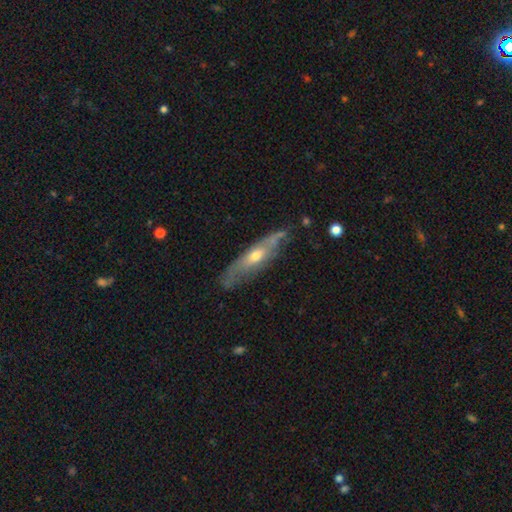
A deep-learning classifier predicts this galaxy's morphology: smooth-or-featured: featured or disk: 59% | smooth: 35% | star or artifact: 6%
  disk-edge-on: no: 50% (tied) | yes: 50% (tied)
  merging: none: 65% | minor disturbance: 25% | major disturbance: 8% | merger: 3%